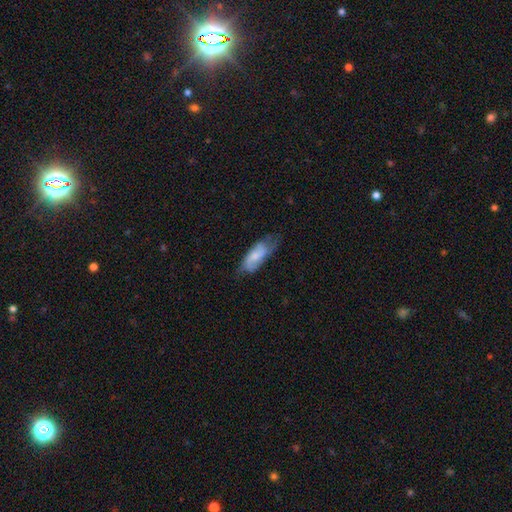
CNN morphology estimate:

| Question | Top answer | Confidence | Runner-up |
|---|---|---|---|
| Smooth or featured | smooth | 54% | featured or disk (39%) |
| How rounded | in between | 74% | cigar-shaped (24%) |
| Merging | none | 51% | minor disturbance (34%) |